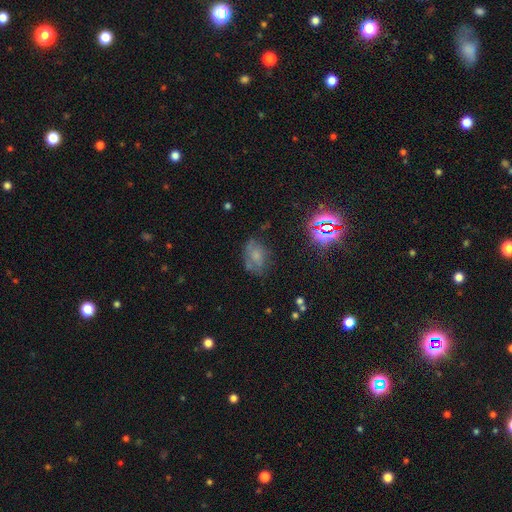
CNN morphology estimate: type=smooth (45%); merging=none (55%).